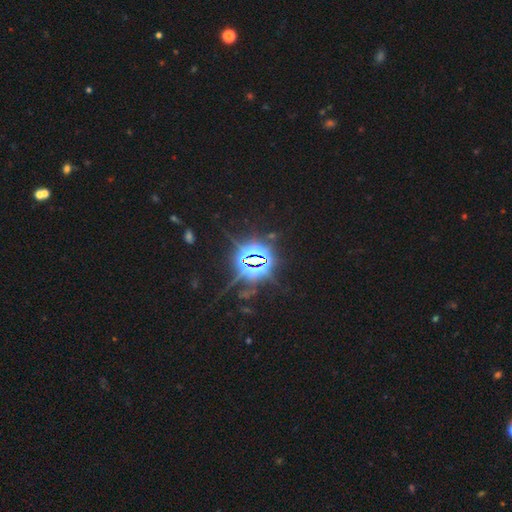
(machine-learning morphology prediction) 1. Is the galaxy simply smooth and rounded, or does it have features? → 85% star or artifact, 7% featured or disk, 7% smooth.